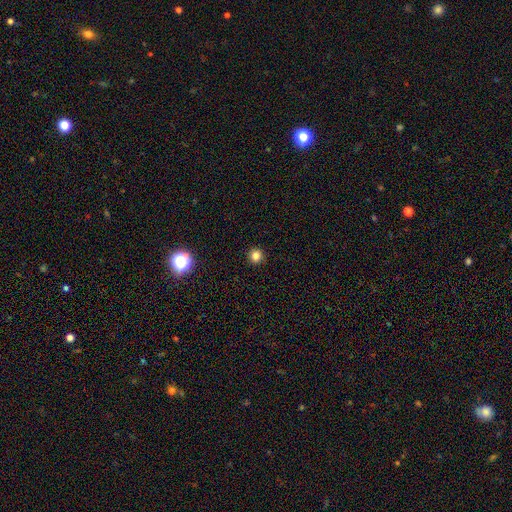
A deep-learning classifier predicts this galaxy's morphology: Smooth or featured? Predicted: smooth (p=0.81). How rounded? Predicted: round (p=0.95). Merging? Predicted: none (p=0.93).